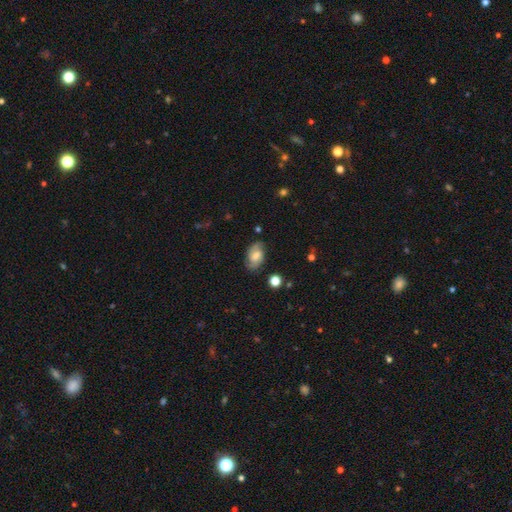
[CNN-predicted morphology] A smooth galaxy with no disk features (47%). Merging: none (76%).